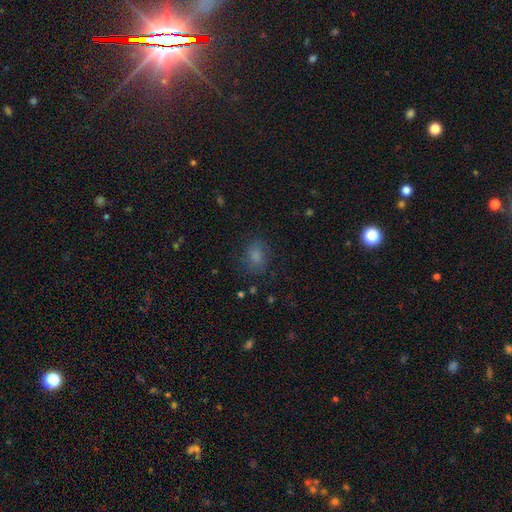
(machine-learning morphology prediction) This appears to be a smooth galaxy with no disk features (77%) that is in between round and cigar-shaped (55%). Merging: none (75%).